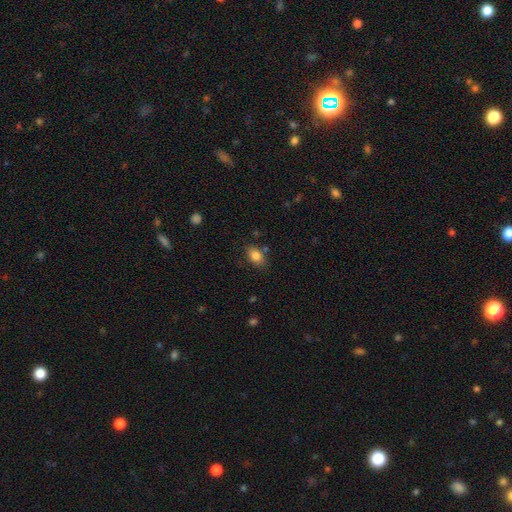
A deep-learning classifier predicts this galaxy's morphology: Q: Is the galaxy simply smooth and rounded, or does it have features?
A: smooth — 83%.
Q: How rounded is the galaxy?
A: in between — 83%.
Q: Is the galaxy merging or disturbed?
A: none — 77%.